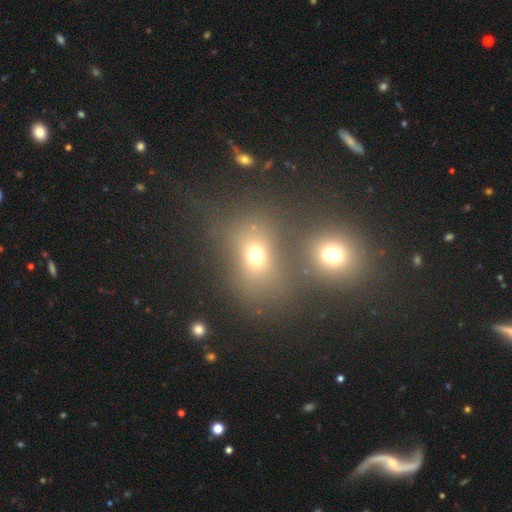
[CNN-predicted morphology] A smooth galaxy with no disk features (66%) that is round (49%, tied with in between).

Vote fractions:
- Smooth or featured? smooth: 66% / star or artifact: 21% / featured or disk: 13%
- How rounded? round: 49% (tied) / in between: 49% (tied) / cigar-shaped: 2%
- Merging? none: 46% / merger: 34% / minor disturbance: 11% / major disturbance: 9%